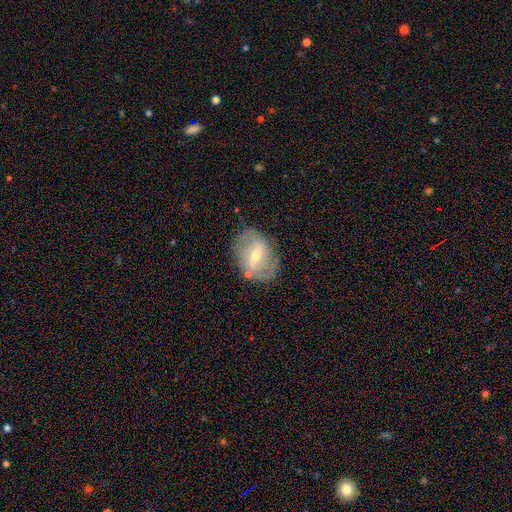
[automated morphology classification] Smooth or featured? featured or disk (68%)
Edge-on disk? no (94%)
Bar? weak (46%)
Spiral arms? yes (64%)
Bulge size? moderate (55%)
Merging? none (74%)